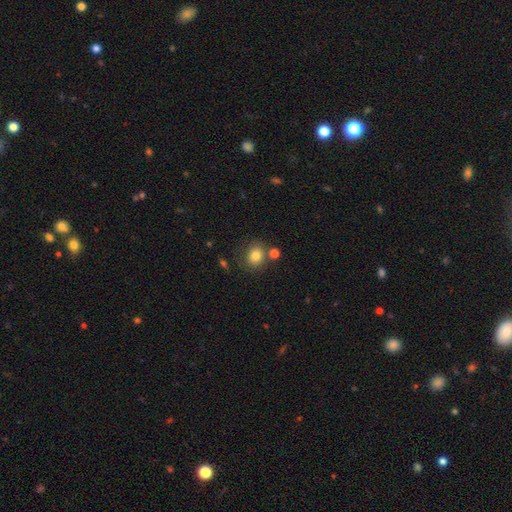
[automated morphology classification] smooth_or_featured: smooth (p=0.80) [alt: star or artifact p=0.11]
how_rounded: round (p=0.75) [alt: in between p=0.24]
merging: none (p=0.72) [alt: minor disturbance p=0.12]